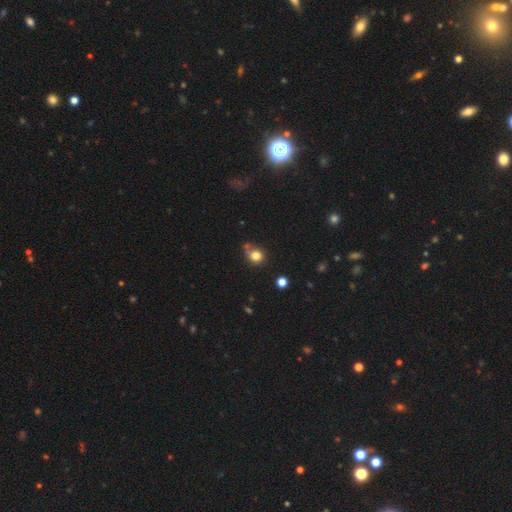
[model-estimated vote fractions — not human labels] A smooth galaxy with no disk features (79%) that is round (81%). Merging: none (60%).